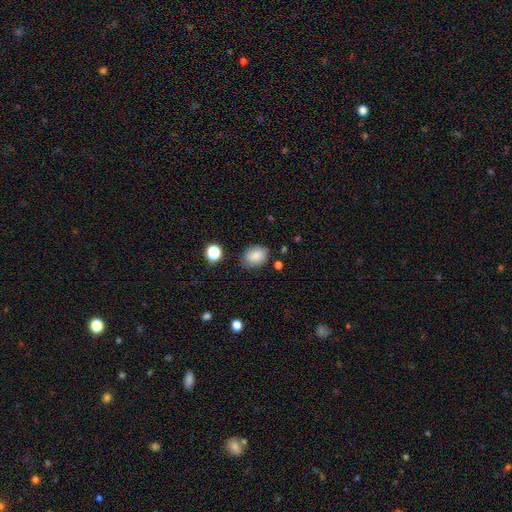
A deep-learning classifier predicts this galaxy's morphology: The model was most divided on "how rounded": in between: 62%, round: 37%, cigar-shaped: 1%. More confident: smooth or featured — smooth (84%); merging — none (76%).